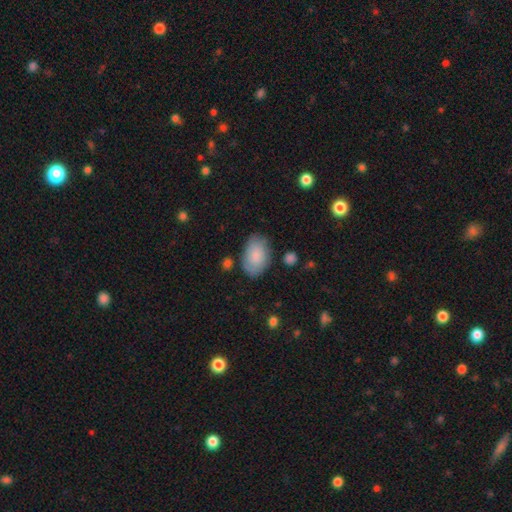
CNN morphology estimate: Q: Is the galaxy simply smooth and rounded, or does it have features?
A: smooth — 79%.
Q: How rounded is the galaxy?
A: in between — 91%.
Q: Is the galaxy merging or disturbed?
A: none — 72%.